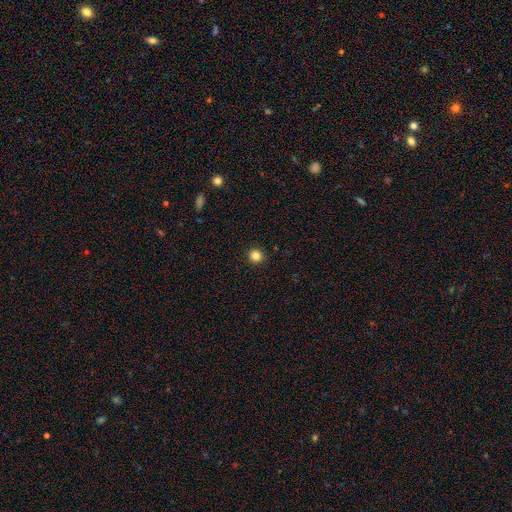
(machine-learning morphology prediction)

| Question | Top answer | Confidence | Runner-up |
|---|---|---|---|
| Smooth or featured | smooth | 84% | star or artifact (12%) |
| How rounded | round | 92% | in between (7%) |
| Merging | none | 93% | minor disturbance (5%) |